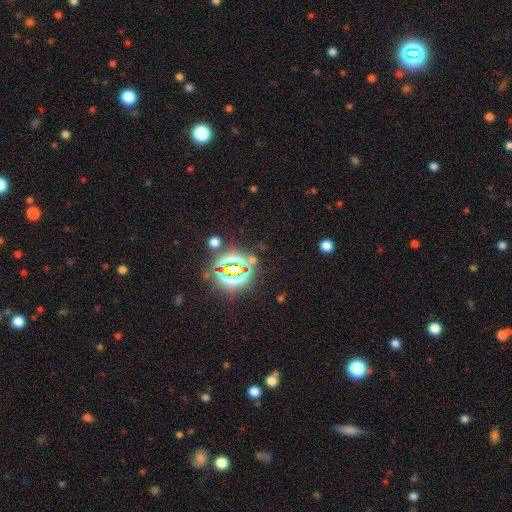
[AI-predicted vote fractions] This is clearly a star or artifact rather than a galaxy (82%).